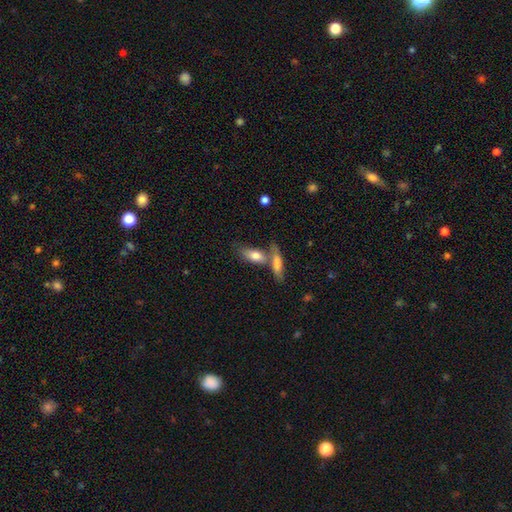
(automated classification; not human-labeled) Smooth or featured? smooth (75%)
How rounded? in between (75%)
Merging? merger (45%)